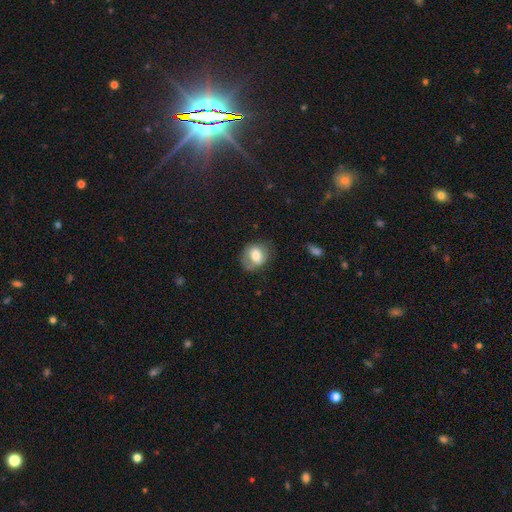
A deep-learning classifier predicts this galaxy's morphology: type=smooth (68%); roundness=round (55%); merging=none (65%).